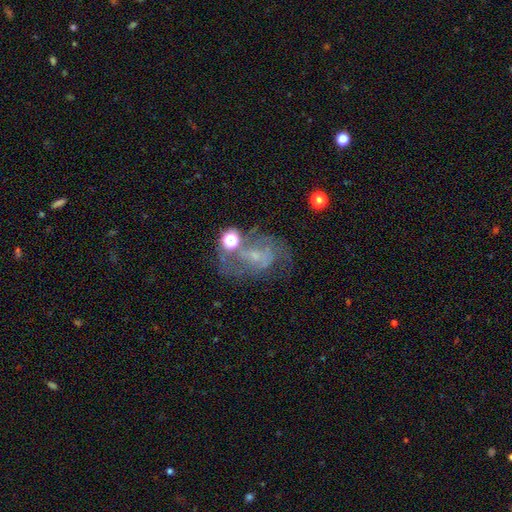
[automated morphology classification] type=featured or disk (67%); edge-on=no (97%); bar=no (52%); spiral arms=yes (77%); winding=medium (48%); arm count=2 (50%); bulge=small (62%); merging=none (43%).